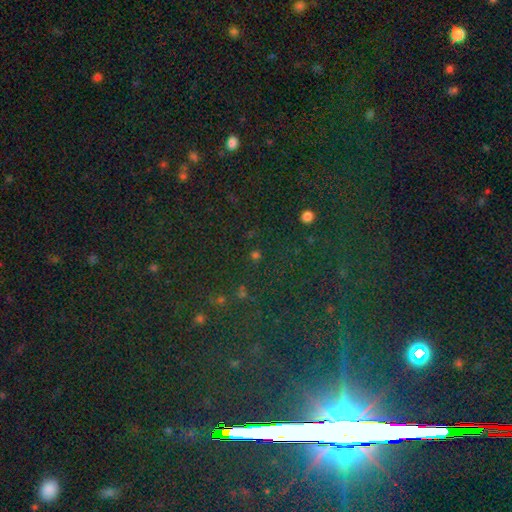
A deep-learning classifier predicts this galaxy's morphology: Smooth or featured? Predicted: star or artifact (p=0.60).